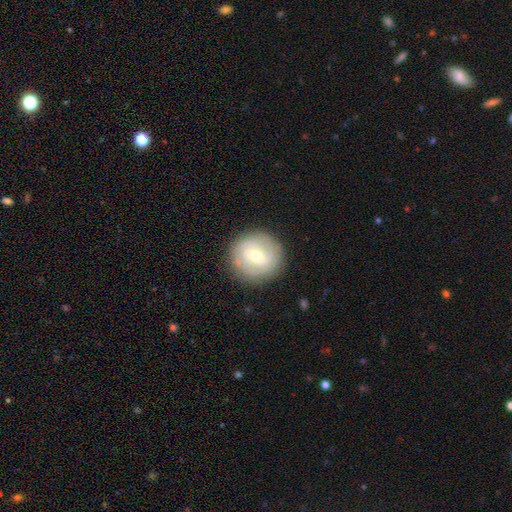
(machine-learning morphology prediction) smooth-or-featured: featured or disk: 68% | smooth: 25% | star or artifact: 7%
  disk-edge-on: no: 97% | yes: 3%
    bar: weak: 56% | no: 28% | strong: 16%
    has-spiral-arms: yes: 87% | no: 13%
      spiral-winding: tight: 55% | medium: 34% | loose: 11%
      spiral-arm-count: 2: 35% | can't tell: 30% | 3: 19% | 4: 7% | 1: 4% | more than 4: 4%
    bulge-size: moderate: 53% | small: 42% | large: 3% | none: 1% | dominant: 1%
  merging: none: 86% | minor disturbance: 9% | major disturbance: 3% | merger: 1%